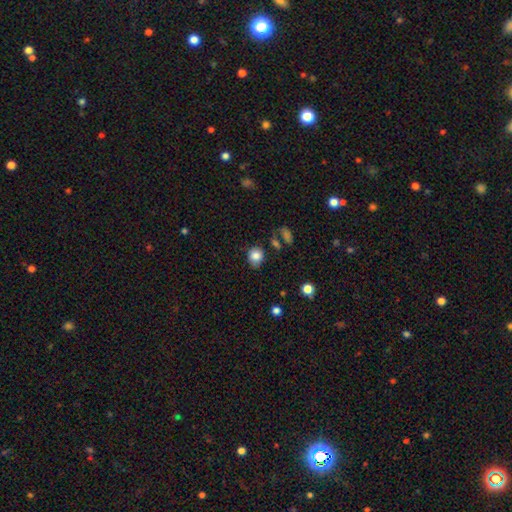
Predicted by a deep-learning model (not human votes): Overall: smooth (83%). How rounded: round (68%; in between 31%). Merging: none (67%).